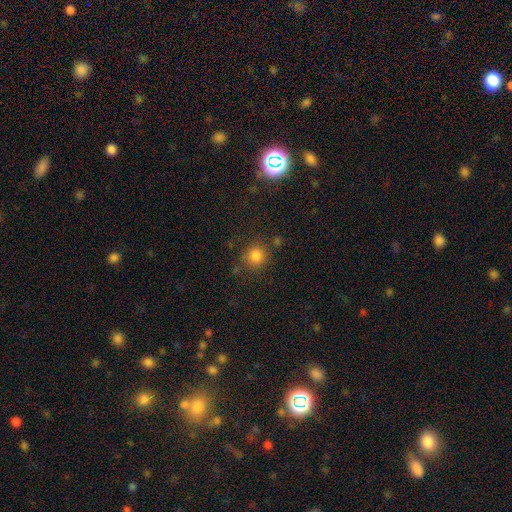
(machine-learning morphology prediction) smooth-or-featured: smooth: 82% | star or artifact: 13% | featured or disk: 5%
  how-rounded: round: 89% | in between: 10% | cigar-shaped: 1%
  merging: none: 78% | minor disturbance: 12% | merger: 5% | major disturbance: 5%